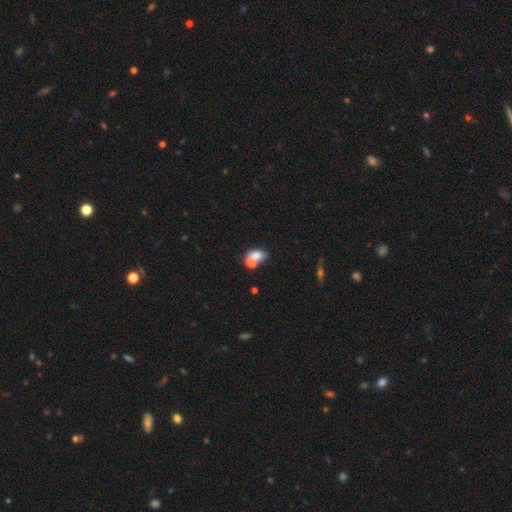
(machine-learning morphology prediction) type=smooth (68%); roundness=in between (69%); merging=merger (58%).